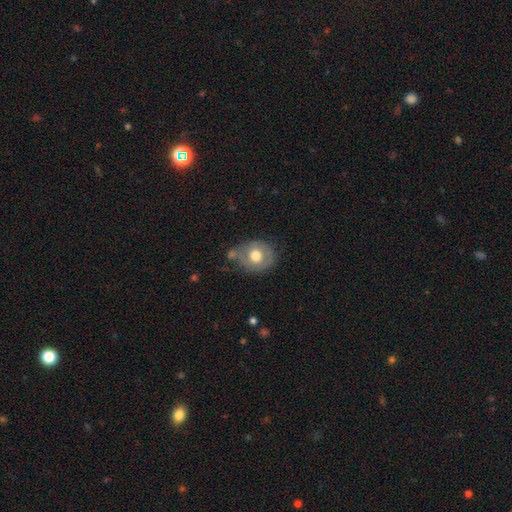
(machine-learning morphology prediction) This appears to be a smooth galaxy with no disk features (59%) that is round (71%). Merging: none (52%).